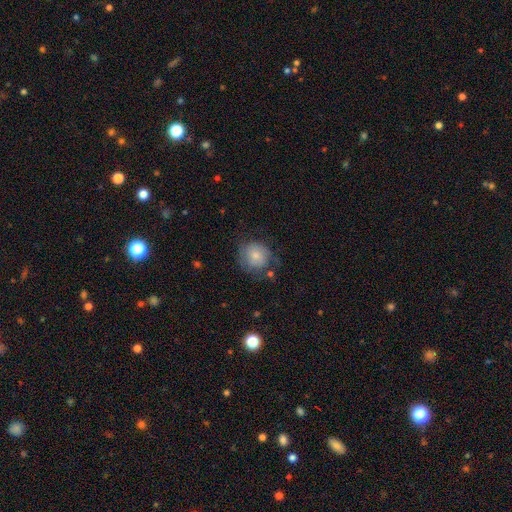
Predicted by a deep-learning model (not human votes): smooth-or-featured: smooth: 67% | featured or disk: 25% | star or artifact: 8%
  how-rounded: round: 84% | in between: 15% | cigar-shaped: 1%
  merging: none: 56% | minor disturbance: 26% | major disturbance: 15% | merger: 4%